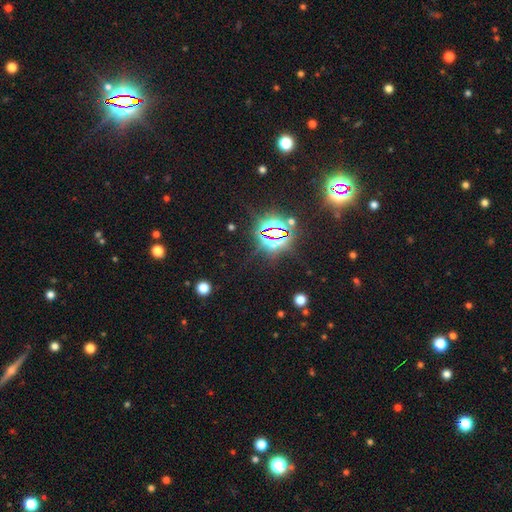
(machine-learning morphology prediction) Smooth or featured? Predicted: star or artifact (p=0.79).